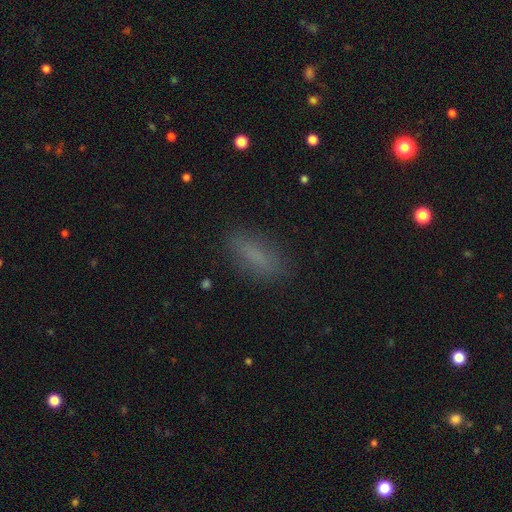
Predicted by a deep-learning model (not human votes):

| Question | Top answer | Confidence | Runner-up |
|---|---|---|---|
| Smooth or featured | smooth | 78% | star or artifact (12%) |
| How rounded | in between | 57% | cigar-shaped (40%) |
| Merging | none | 83% | minor disturbance (11%) |